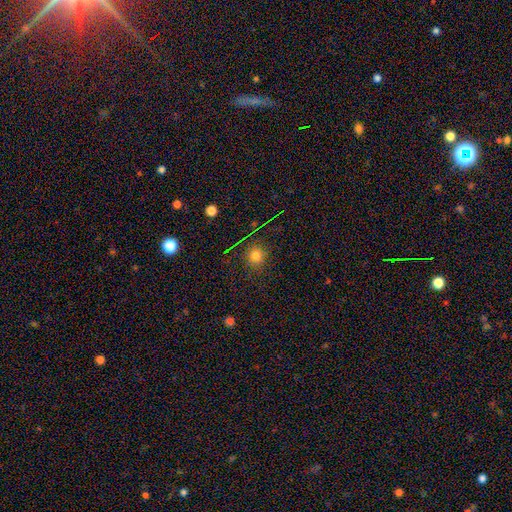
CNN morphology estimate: A smooth galaxy with no disk features (73%) that is round (86%). Merging: none (85%).